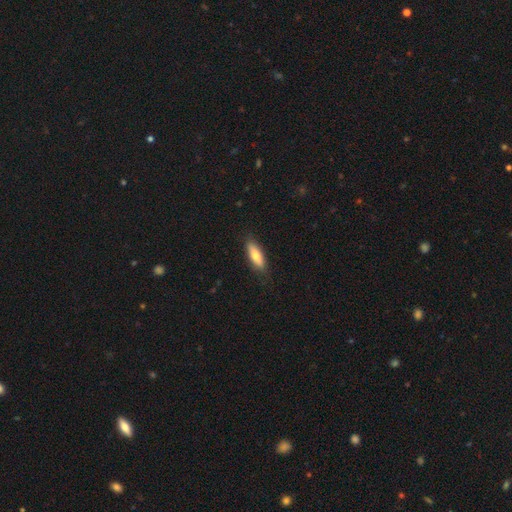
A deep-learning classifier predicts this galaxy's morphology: smooth_or_featured: smooth (p=0.74) [alt: featured or disk p=0.21]
how_rounded: in between (p=0.52) [alt: cigar-shaped p=0.46]
merging: none (p=0.86) [alt: minor disturbance p=0.11]